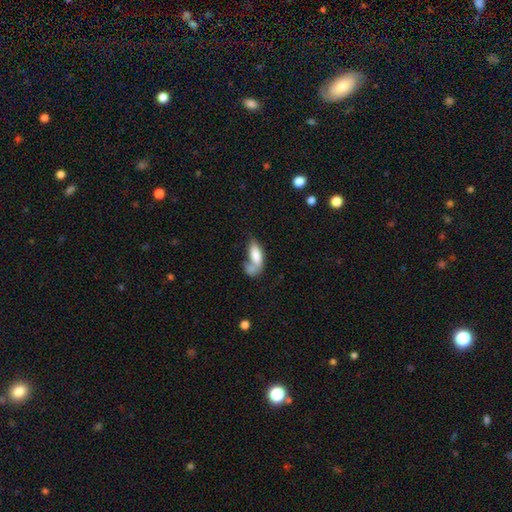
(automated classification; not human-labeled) Smooth or featured? smooth (75%)
How rounded? in between (80%)
Merging? merger (41%)